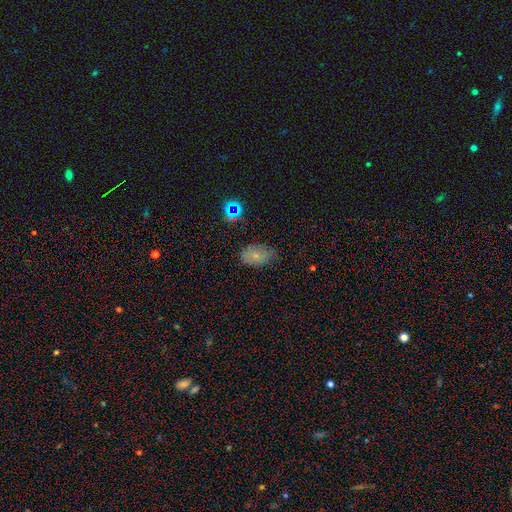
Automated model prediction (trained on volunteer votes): smooth 67%, featured or disk 17%, star or artifact 16%. Down the decision tree: how rounded — in between (86%); merging — none (66%).